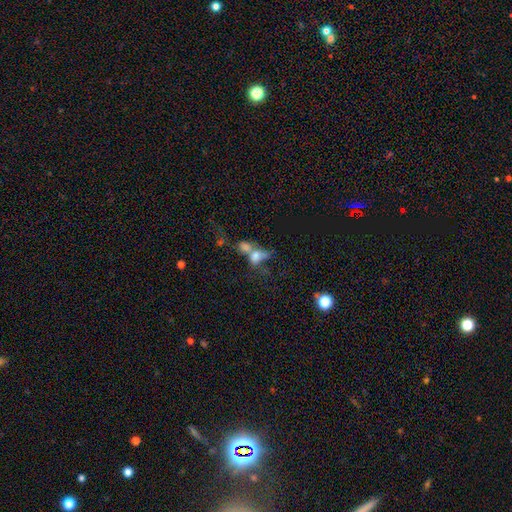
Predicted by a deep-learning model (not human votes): Q: Smooth or featured?
A: smooth (61%); runner-up: featured or disk (26%)
Q: How rounded?
A: in between (62%); runner-up: round (32%)
Q: Merging?
A: merger (71%); runner-up: none (13%)